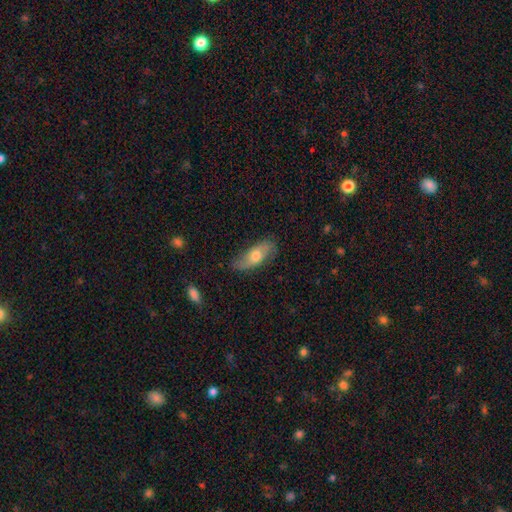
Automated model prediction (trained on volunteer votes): Smooth or featured: smooth — 55% (featured or disk — 39%)
How rounded: in between — 70% (cigar-shaped — 27%)
Merging: none — 74% (minor disturbance — 20%)